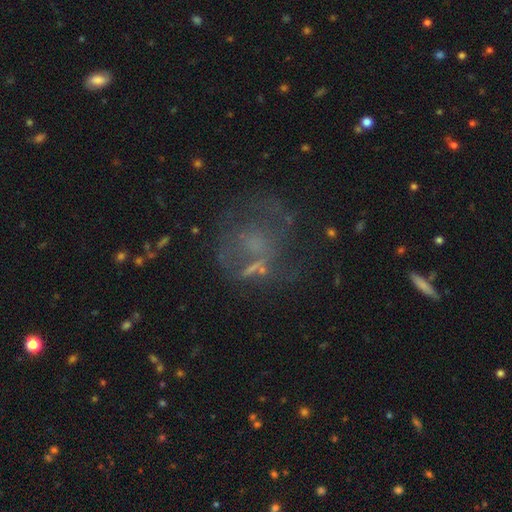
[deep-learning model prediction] A featured or disk galaxy (52%) with no bar (80%), no spiral arms (71%) and no central bulge (54%).

Vote fractions:
- Smooth or featured? featured or disk: 52% / smooth: 25% / star or artifact: 23%
- Edge-on disk? no: 97% / yes: 3%
- Bar? no: 80% / weak: 16% / strong: 4%
- Spiral arms? no: 71% / yes: 29%
- Bulge size? none: 54% / small: 23% / moderate: 18% / large: 4% / dominant: 2%
- Merging? none: 46% / major disturbance: 26% / minor disturbance: 18% / merger: 9%